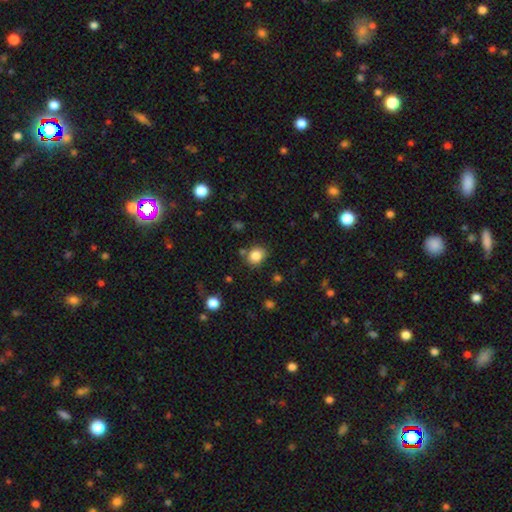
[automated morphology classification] Q: Smooth or featured?
A: smooth (84%); runner-up: star or artifact (10%)
Q: How rounded?
A: round (63%); runner-up: in between (36%)
Q: Merging?
A: none (76%); runner-up: minor disturbance (14%)